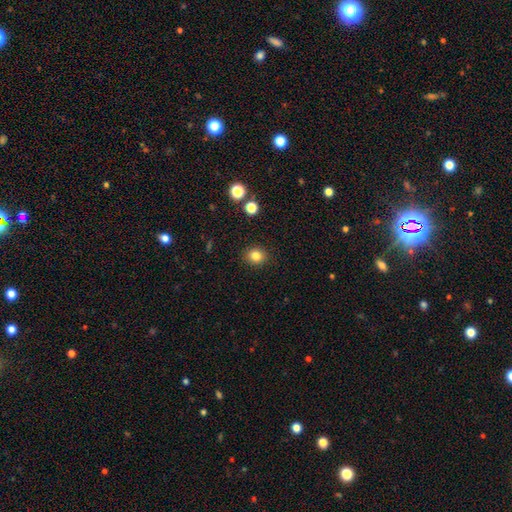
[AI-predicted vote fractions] smooth-or-featured: smooth: 82% | star or artifact: 12% | featured or disk: 6%
  how-rounded: round: 78% | in between: 22% | cigar-shaped: 1%
  merging: none: 90% | minor disturbance: 6% | major disturbance: 2% | merger: 1%